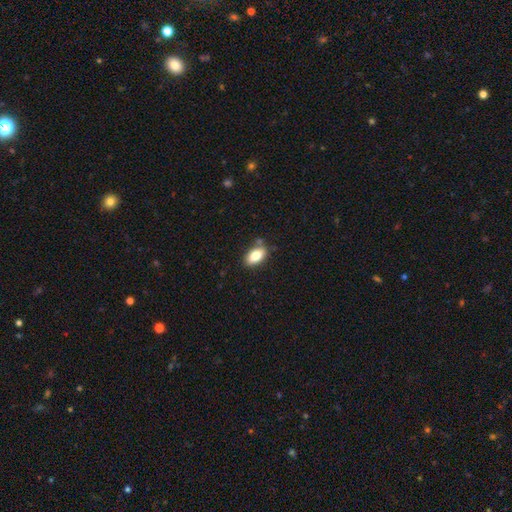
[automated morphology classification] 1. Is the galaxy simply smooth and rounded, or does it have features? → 81% smooth, 12% featured or disk, 8% star or artifact.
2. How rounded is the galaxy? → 91% in between, 5% round, 4% cigar-shaped.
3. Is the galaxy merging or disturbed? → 78% none, 13% minor disturbance, 5% merger, 3% major disturbance.